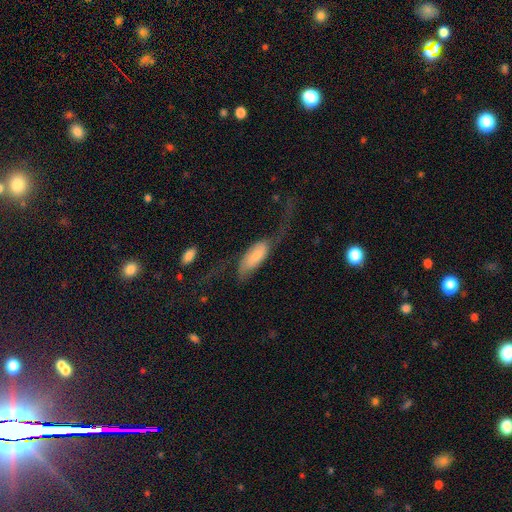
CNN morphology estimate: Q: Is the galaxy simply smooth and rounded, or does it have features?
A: smooth — 53%.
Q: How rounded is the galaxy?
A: in between — 79%.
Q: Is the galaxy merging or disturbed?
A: major disturbance — 52%.